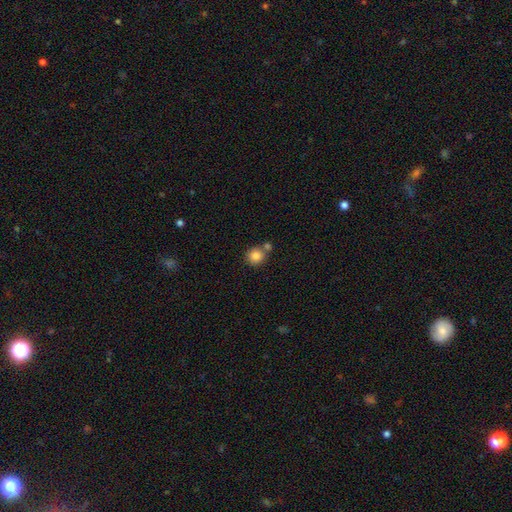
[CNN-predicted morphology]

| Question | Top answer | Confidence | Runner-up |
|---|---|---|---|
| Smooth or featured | smooth | 85% | star or artifact (9%) |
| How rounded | round | 89% | in between (11%) |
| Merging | none | 63% | merger (25%) |